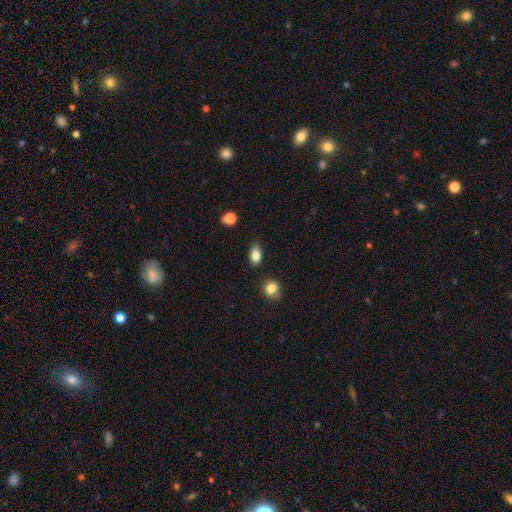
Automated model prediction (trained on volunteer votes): Q: Smooth or featured?
A: smooth (84%); runner-up: star or artifact (9%)
Q: How rounded?
A: in between (84%); runner-up: round (14%)
Q: Merging?
A: none (80%); runner-up: minor disturbance (15%)